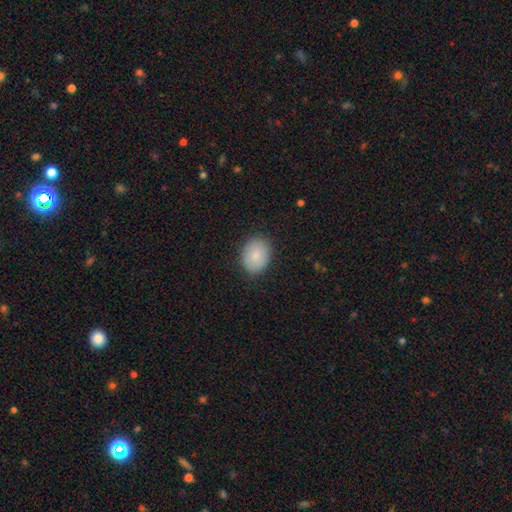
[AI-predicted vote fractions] This is clearly a smooth galaxy (86%). How rounded: possibly in between (59%). Merging: clearly none (86%).